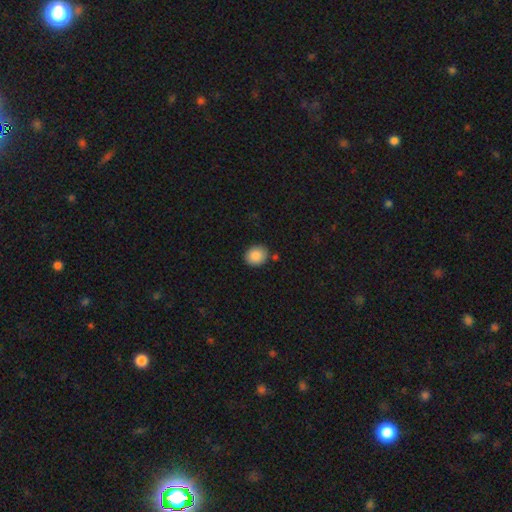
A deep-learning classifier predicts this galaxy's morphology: smooth_or_featured: smooth (p=0.89) [alt: star or artifact p=0.08]
how_rounded: round (p=0.68) [alt: in between p=0.31]
merging: none (p=0.84) [alt: minor disturbance p=0.10]